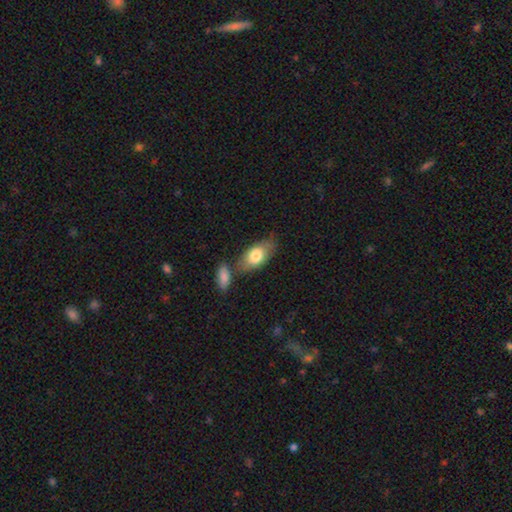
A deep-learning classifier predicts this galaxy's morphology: Smooth or featured? Predicted: smooth (p=0.76). How rounded? Predicted: in between (p=0.89). Merging? Predicted: none (p=0.61).